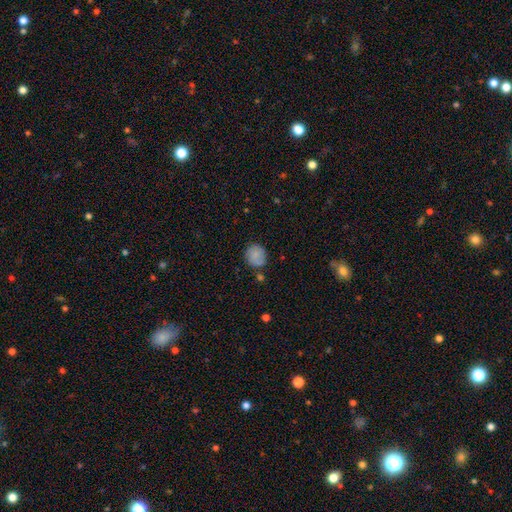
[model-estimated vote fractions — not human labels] A smooth galaxy with no disk features (79%) that is round (85%).

Vote fractions:
- Smooth or featured? smooth: 79% / featured or disk: 12% / star or artifact: 9%
- How rounded? round: 85% / in between: 14% / cigar-shaped: 1%
- Merging? none: 75% / minor disturbance: 17% / merger: 5% / major disturbance: 4%